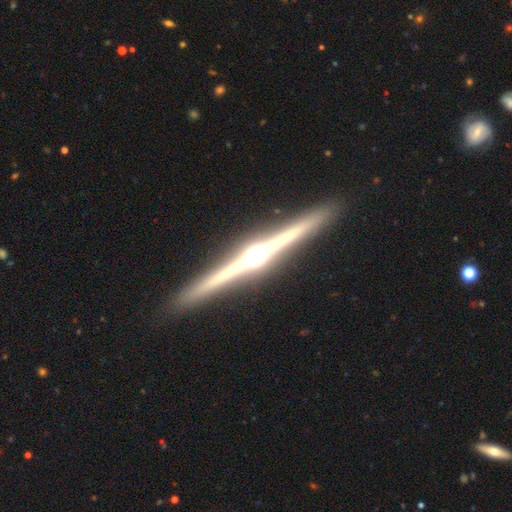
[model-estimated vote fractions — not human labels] This is clearly a featured or disk galaxy (89%). It is clearly viewed edge-on (99%). Edge-on bulge: clearly rounded (91%). Merging: clearly none (93%).